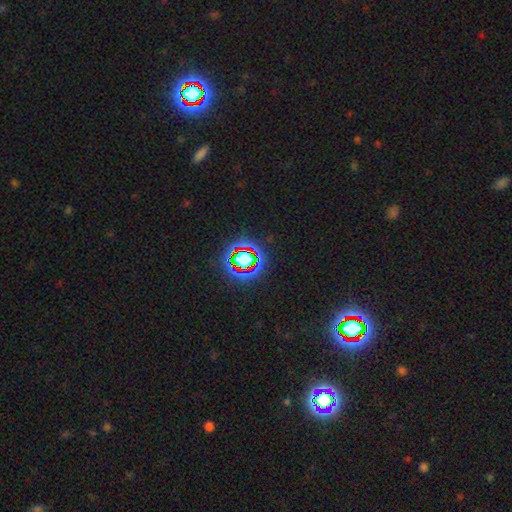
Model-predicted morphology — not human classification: Q: Smooth or featured?
A: star or artifact (78%); runner-up: smooth (14%)